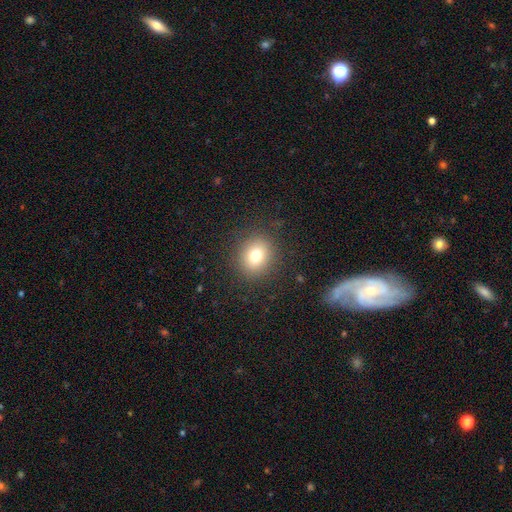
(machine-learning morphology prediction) Overall: smooth (76%). How rounded: round (76%). Merging: none (88%).